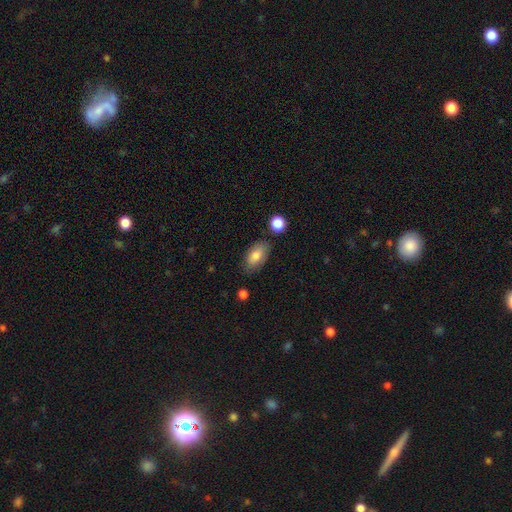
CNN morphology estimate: A smooth galaxy with no disk features (80%) that is in between round and cigar-shaped (91%). Merging: none (78%).